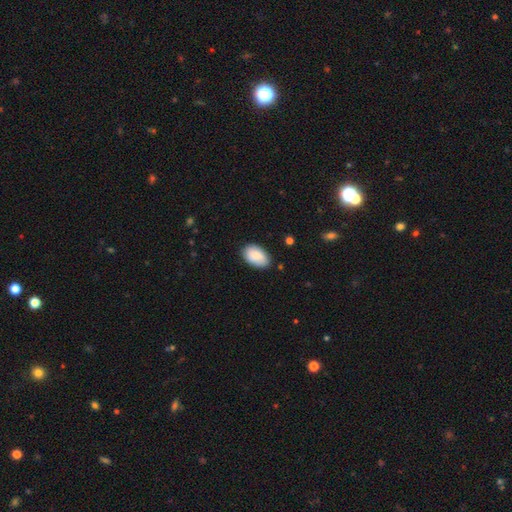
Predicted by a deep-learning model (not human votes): Smooth or featured: smooth — 87% (featured or disk — 7%)
How rounded: in between — 93% (round — 6%)
Merging: none — 80% (minor disturbance — 16%)